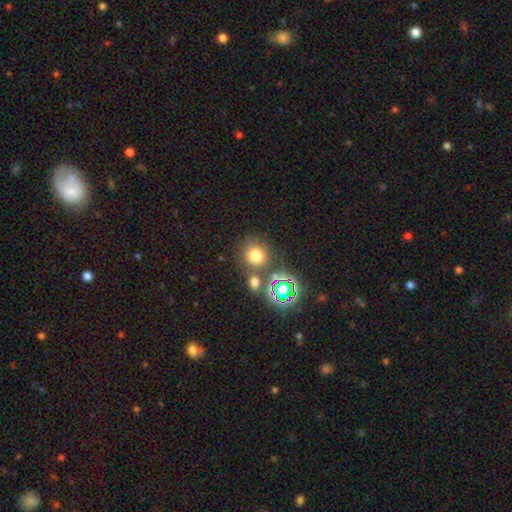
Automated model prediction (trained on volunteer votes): A smooth galaxy with no disk features (70%) that is round (87%).

Vote fractions:
- Smooth or featured? smooth: 70% / star or artifact: 22% / featured or disk: 8%
- How rounded? round: 87% / in between: 12% / cigar-shaped: 1%
- Merging? none: 69% / merger: 18% / minor disturbance: 9% / major disturbance: 4%